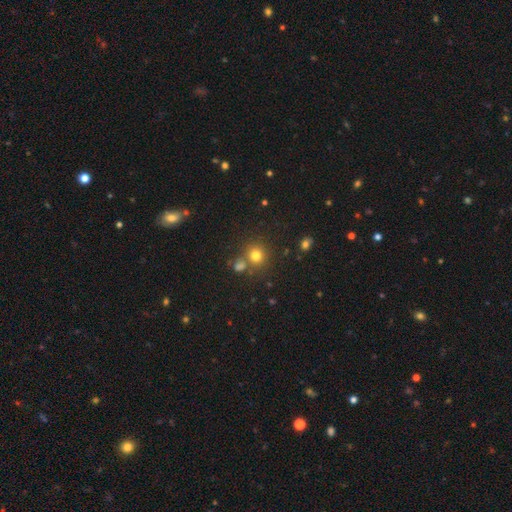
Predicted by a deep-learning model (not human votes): Morphology: type=smooth (75%); roundness=round (90%); merging=none (73%).